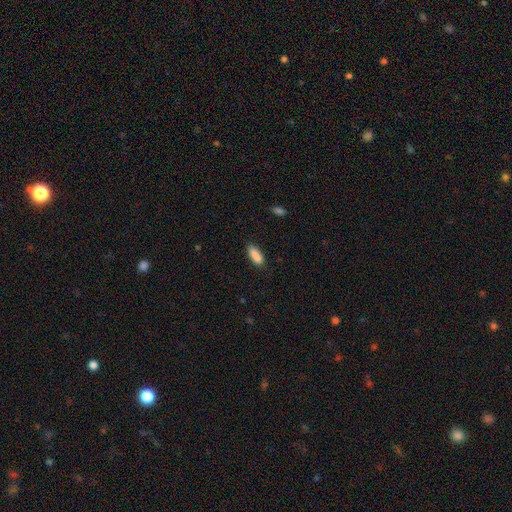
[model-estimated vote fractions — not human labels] Smooth or featured: smooth — 88% (star or artifact — 7%)
How rounded: in between — 63% (cigar-shaped — 35%)
Merging: none — 83% (minor disturbance — 12%)